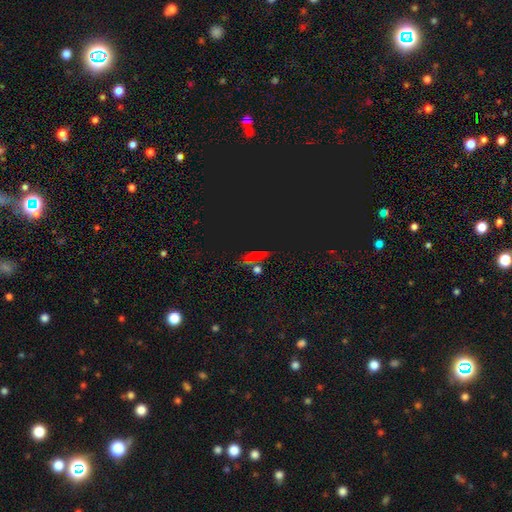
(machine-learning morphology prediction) Smooth or featured: star or artifact — 58% (smooth — 32%)